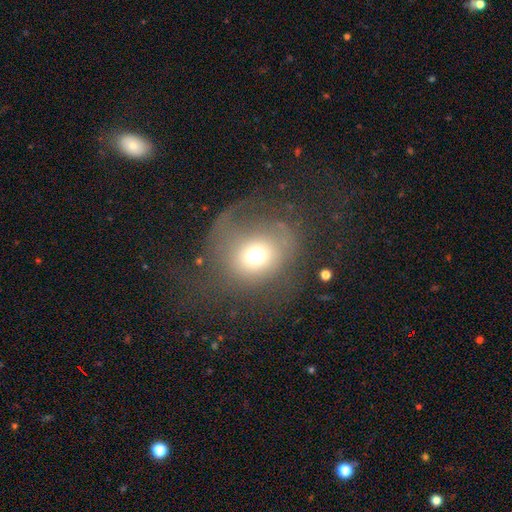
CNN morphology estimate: A smooth galaxy with no disk features (59%) that is round (77%). Merging: major disturbance (42%).